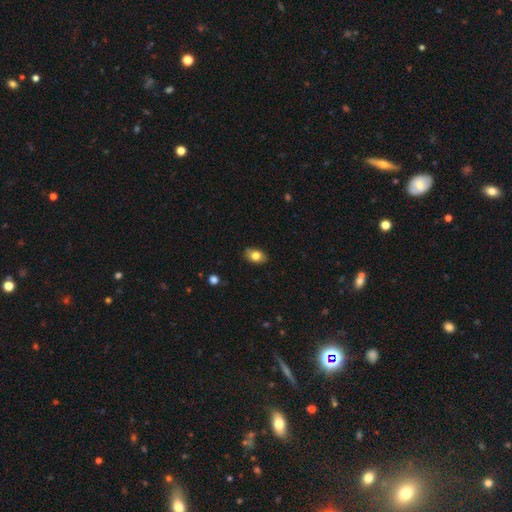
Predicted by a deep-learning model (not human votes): Smooth or featured?
  - smooth: 78% *
  - featured or disk: 13%
  - star or artifact: 9%
How rounded?
  - in between: 82% *
  - round: 16%
  - cigar-shaped: 2%
Merging?
  - none: 82% *
  - minor disturbance: 14%
  - major disturbance: 2%
  - merger: 1%